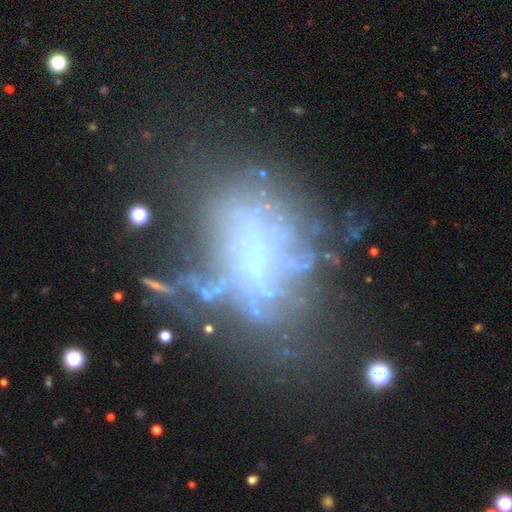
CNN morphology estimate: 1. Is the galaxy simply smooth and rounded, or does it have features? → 56% featured or disk, 23% smooth, 21% star or artifact.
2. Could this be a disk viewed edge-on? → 91% no, 9% yes.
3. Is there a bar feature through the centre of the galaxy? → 83% no, 12% weak, 5% strong.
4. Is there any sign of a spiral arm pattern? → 80% no, 20% yes.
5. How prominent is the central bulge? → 49% small, 38% none, 9% moderate, 2% large, 2% dominant.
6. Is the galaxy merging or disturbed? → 39% none, 33% major disturbance, 19% minor disturbance, 9% merger.